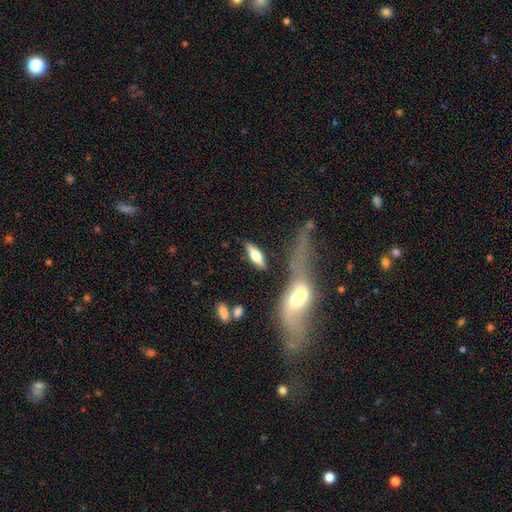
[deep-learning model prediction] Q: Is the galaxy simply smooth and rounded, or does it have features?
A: smooth — 57%.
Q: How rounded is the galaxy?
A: in between — 59%.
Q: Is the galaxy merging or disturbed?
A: none — 78%.